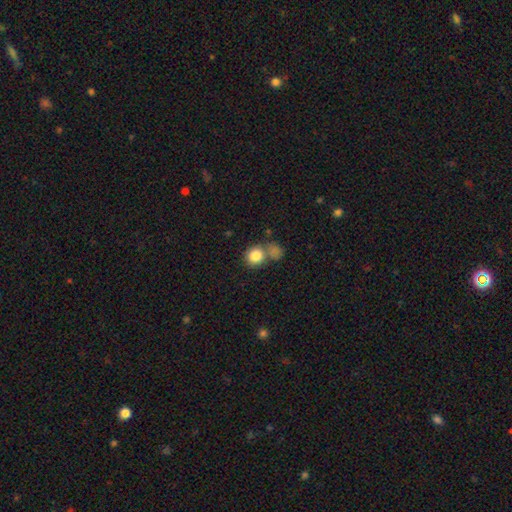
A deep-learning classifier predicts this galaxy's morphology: Smooth or featured?
  - smooth: 84% *
  - star or artifact: 9%
  - featured or disk: 7%
How rounded?
  - round: 79% *
  - in between: 20%
  - cigar-shaped: 1%
Merging?
  - none: 53% *
  - merger: 29%
  - minor disturbance: 12%
  - major disturbance: 6%